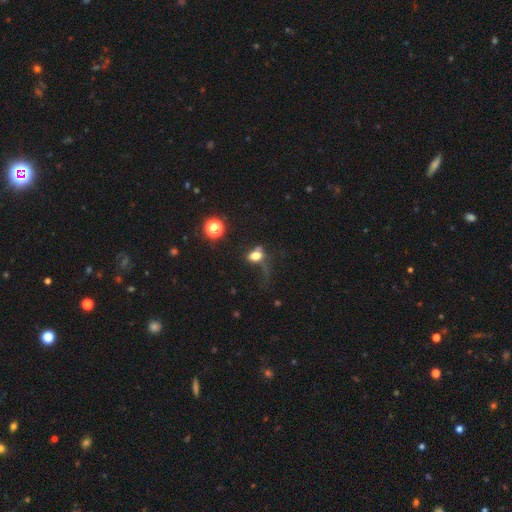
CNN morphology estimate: Smooth or featured? Predicted: smooth (p=0.66). How rounded? Predicted: in between (p=0.58). Merging? Predicted: major disturbance (p=0.43).